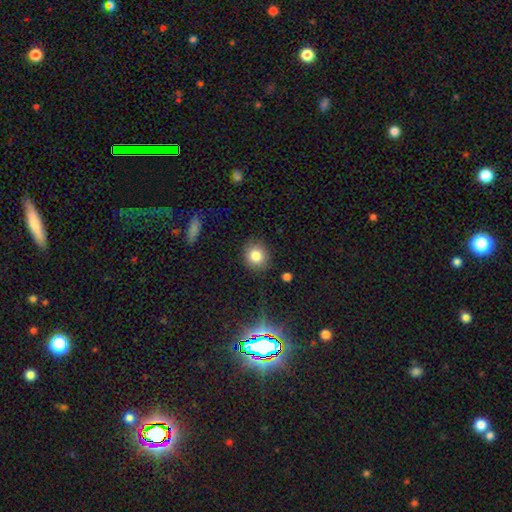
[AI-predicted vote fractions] This appears to be a smooth galaxy with no disk features (82%) that is round (84%). Merging: none (86%).